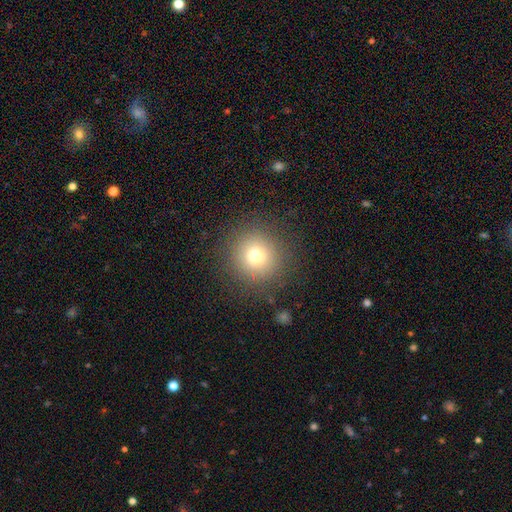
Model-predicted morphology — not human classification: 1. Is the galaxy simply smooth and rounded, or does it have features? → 75% smooth, 15% star or artifact, 11% featured or disk.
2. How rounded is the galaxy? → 94% round, 5% in between, 1% cigar-shaped.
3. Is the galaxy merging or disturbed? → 88% none, 7% minor disturbance, 4% major disturbance, 1% merger.